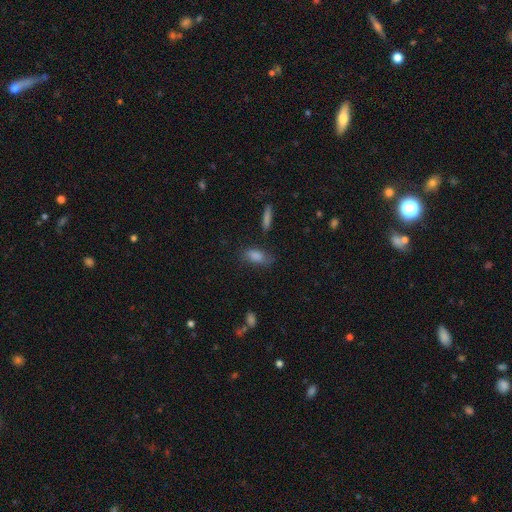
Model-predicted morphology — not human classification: smooth 77%, star or artifact 12%, featured or disk 11%. Down the decision tree: how rounded — in between (80%); merging — none (66%).